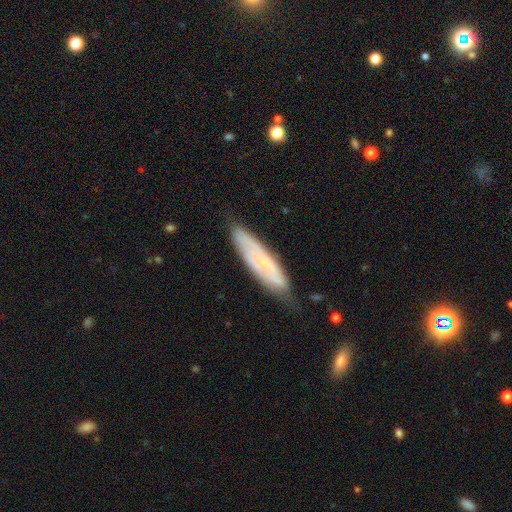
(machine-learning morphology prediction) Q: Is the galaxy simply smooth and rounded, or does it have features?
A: featured or disk — 49%.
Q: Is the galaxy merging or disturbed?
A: none — 72%.